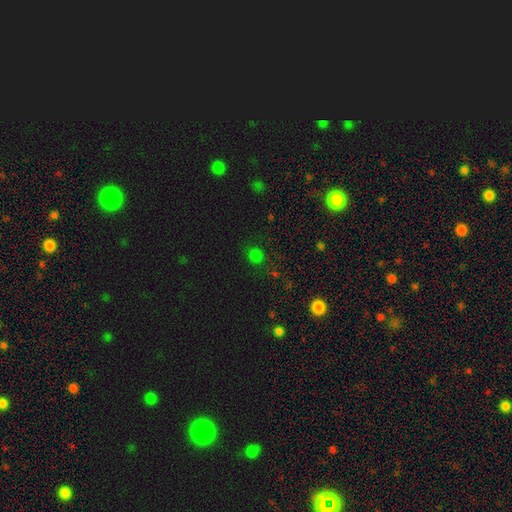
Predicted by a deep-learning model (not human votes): smooth-or-featured: smooth: 70% | star or artifact: 26% | featured or disk: 4%
  how-rounded: round: 85% | in between: 14% | cigar-shaped: 1%
  merging: none: 83% | minor disturbance: 11% | major disturbance: 4% | merger: 2%